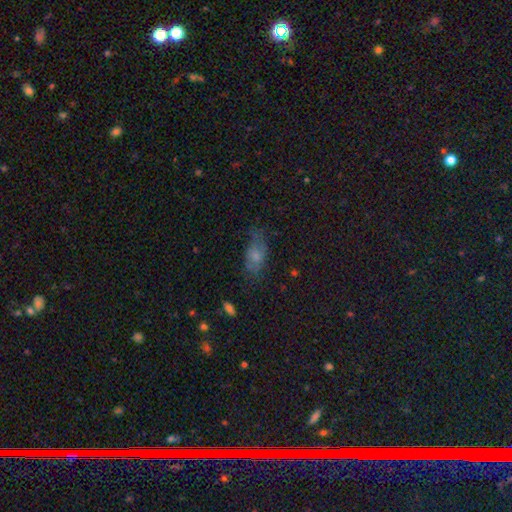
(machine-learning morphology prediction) A smooth galaxy with no disk features (54%) that is in between round and cigar-shaped (83%). Merging: none (57%).